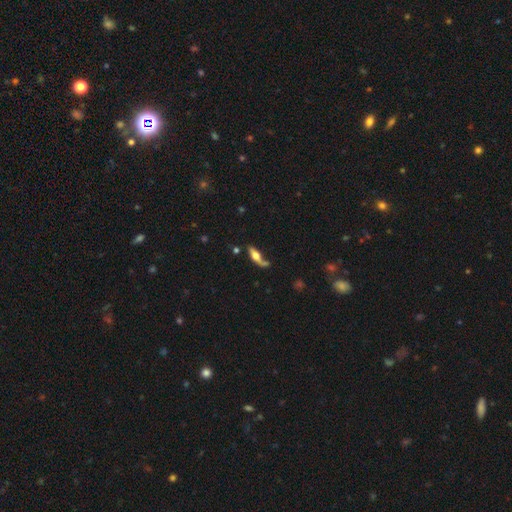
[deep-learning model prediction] smooth 47%, featured or disk 45%, star or artifact 8%. Down the decision tree: merging — none (52%).